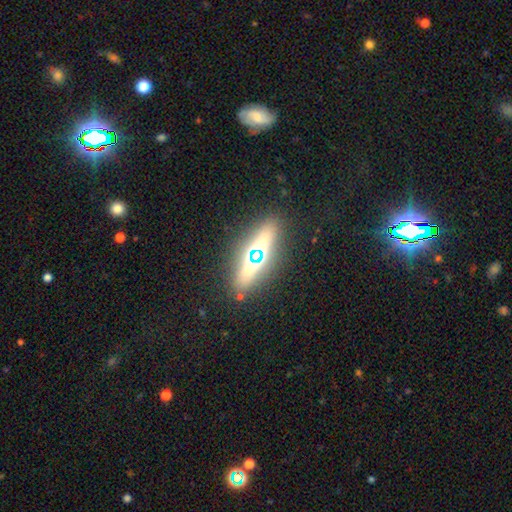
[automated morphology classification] This appears to be a smooth galaxy with no disk features (39%). Merging: none (81%).